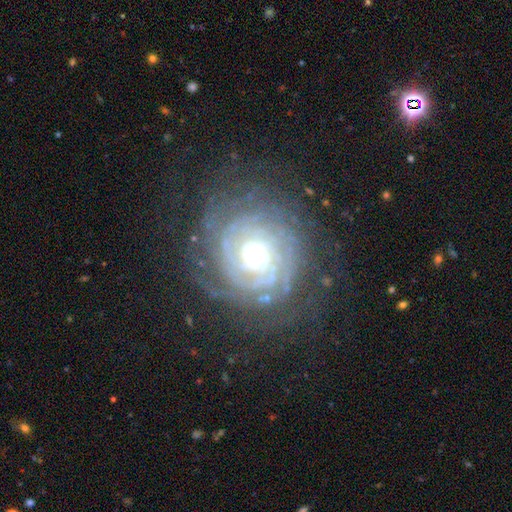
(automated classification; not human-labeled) Overall: featured or disk (87%). Edge-on disk: no (97%). Bar: no (72%). Spiral arms: yes (97%). Spiral arm count: can't tell (35%; 2 15%). Spiral winding: tight (80%). Bulge size: moderate (47%; small 37%). Merging: none (73%).